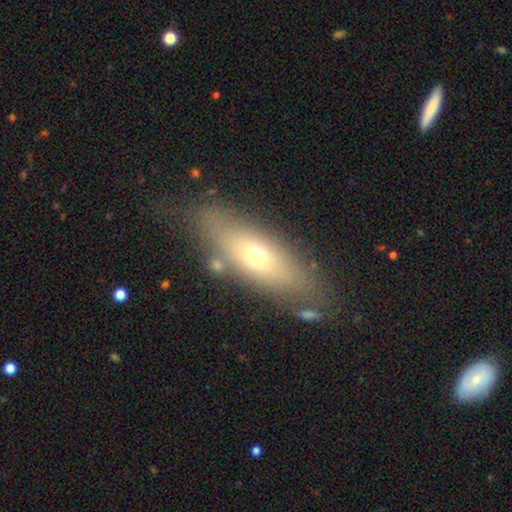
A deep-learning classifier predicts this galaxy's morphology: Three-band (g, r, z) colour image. It shows a smooth galaxy with no disk features (56%) that is in between round and cigar-shaped (55%). Merging: none (74%).